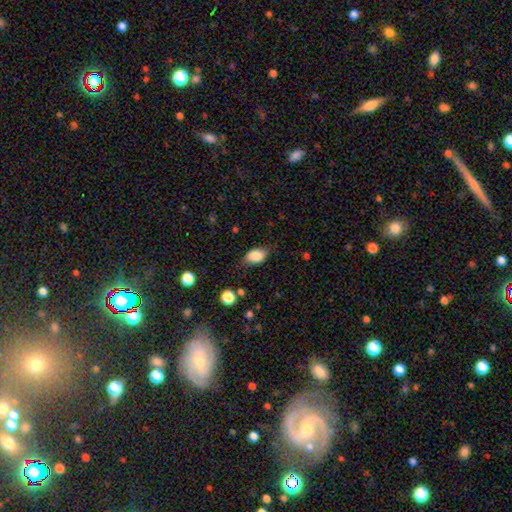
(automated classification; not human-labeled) Smooth or featured: smooth — 82% (featured or disk — 10%)
How rounded: in between — 81% (round — 17%)
Merging: none — 67% (minor disturbance — 25%)